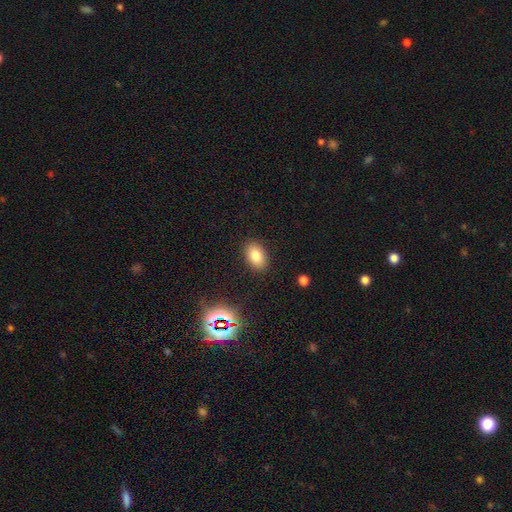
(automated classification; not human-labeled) Smooth or featured: smooth — 81% (star or artifact — 11%)
How rounded: in between — 88% (round — 10%)
Merging: none — 87% (minor disturbance — 9%)